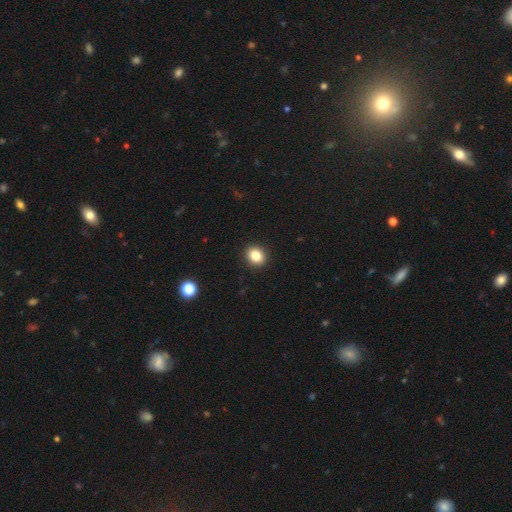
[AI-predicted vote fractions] Smooth or featured? Predicted: smooth (p=0.84). How rounded? Predicted: round (p=0.64). Merging? Predicted: none (p=0.92).